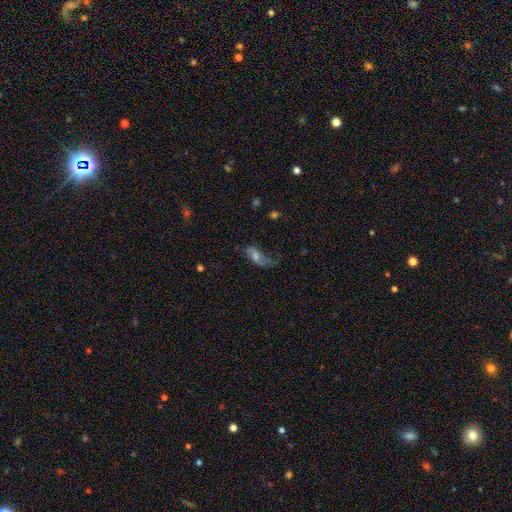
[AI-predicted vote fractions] smooth-or-featured: featured or disk: 48% | smooth: 39% | star or artifact: 13%
  merging: none: 41% | major disturbance: 29% | minor disturbance: 27% | merger: 3%